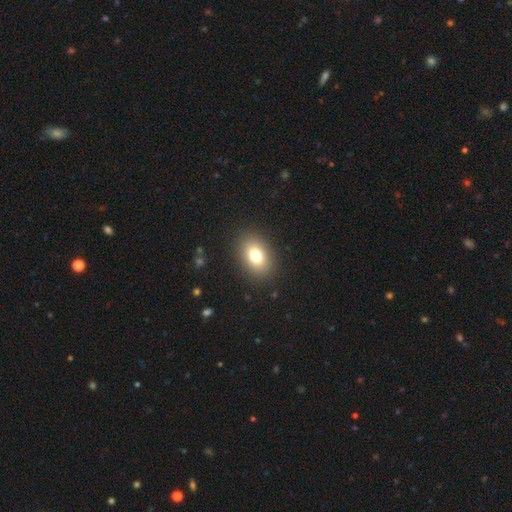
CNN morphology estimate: Smooth or featured? smooth (77%)
How rounded? in between (76%)
Merging? none (88%)